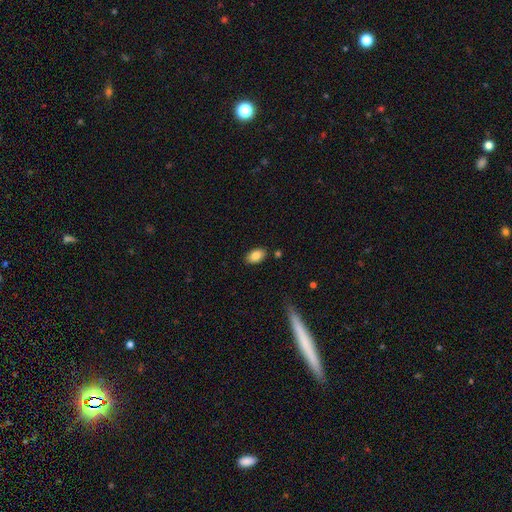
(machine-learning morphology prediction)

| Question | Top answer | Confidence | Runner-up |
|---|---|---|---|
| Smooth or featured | smooth | 85% | featured or disk (8%) |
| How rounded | in between | 91% | round (7%) |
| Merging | none | 85% | minor disturbance (10%) |